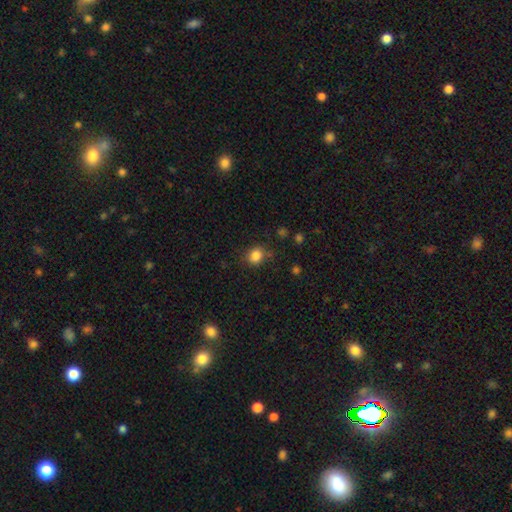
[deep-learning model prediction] Smooth or featured?
  - smooth: 84% *
  - star or artifact: 11%
  - featured or disk: 5%
How rounded?
  - round: 75% *
  - in between: 24%
  - cigar-shaped: 1%
Merging?
  - none: 81% *
  - minor disturbance: 13%
  - major disturbance: 4%
  - merger: 3%